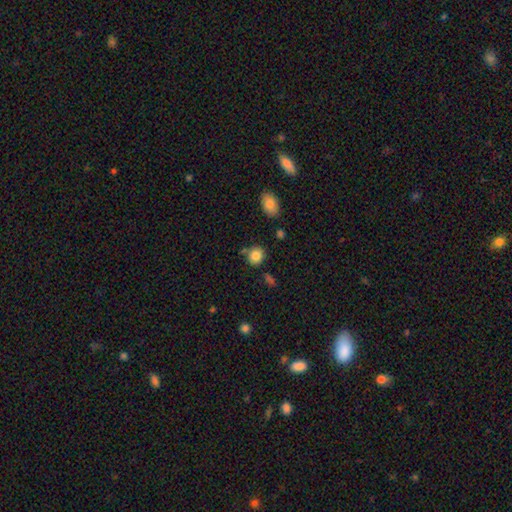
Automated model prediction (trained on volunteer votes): A smooth galaxy with no disk features (85%) that is round (80%).

Vote fractions:
- Smooth or featured? smooth: 85% / star or artifact: 9% / featured or disk: 6%
- How rounded? round: 80% / in between: 19% / cigar-shaped: 1%
- Merging? none: 77% / minor disturbance: 13% / merger: 7% / major disturbance: 3%